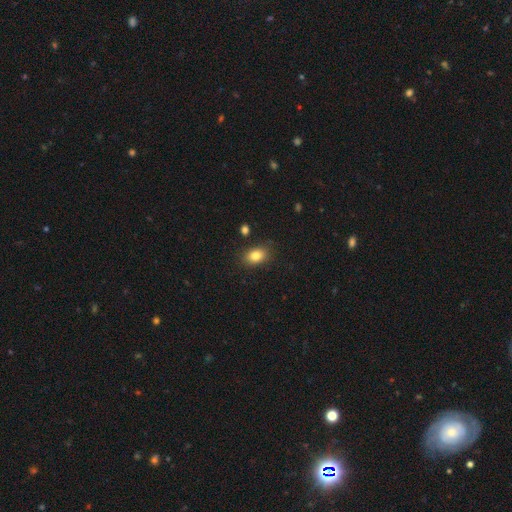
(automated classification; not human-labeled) This appears to be a smooth galaxy with no disk features (82%) that is in between round and cigar-shaped (75%). Merging: none (84%).